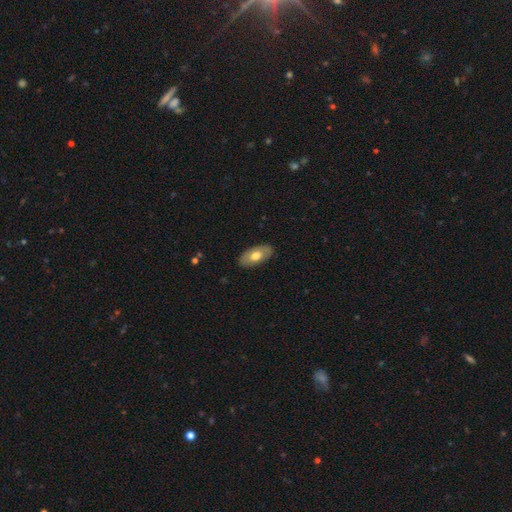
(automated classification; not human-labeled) A smooth galaxy with no disk features (63%) that is in between round and cigar-shaped (93%). Merging: none (85%).